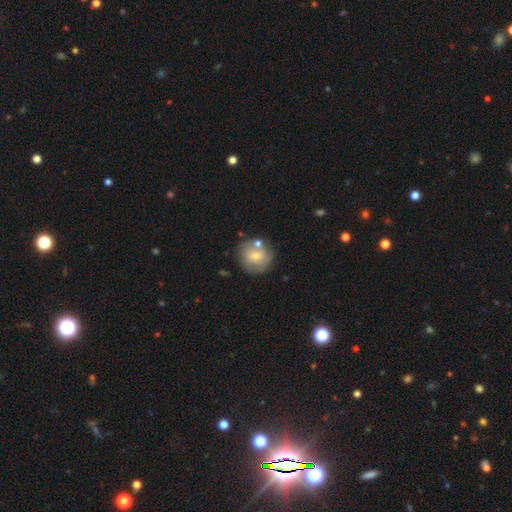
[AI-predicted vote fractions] A smooth galaxy with no disk features (59%) that is round (89%). Merging: none (71%).